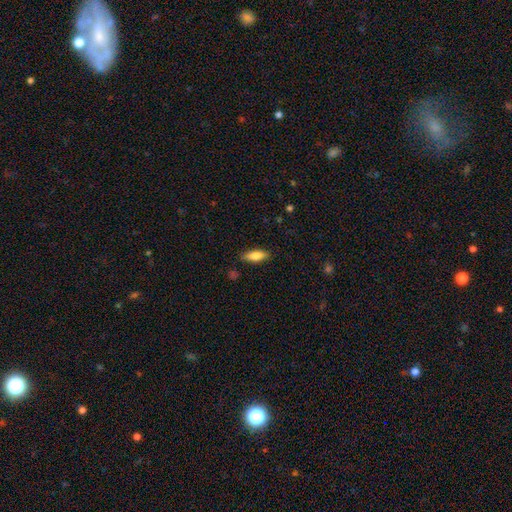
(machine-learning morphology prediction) smooth 78%, featured or disk 16%, star or artifact 7%. Down the decision tree: how rounded — in between (64%); merging — none (85%).